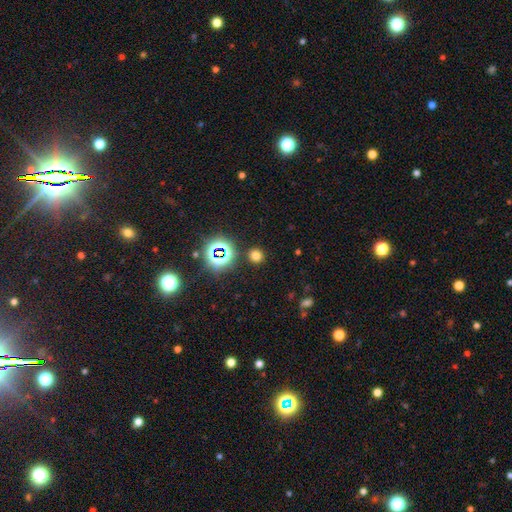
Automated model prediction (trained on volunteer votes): smooth-or-featured: smooth: 67% | star or artifact: 28% | featured or disk: 6%
  how-rounded: round: 87% | in between: 12% | cigar-shaped: 1%
  merging: none: 88% | minor disturbance: 7% | major disturbance: 3% | merger: 3%